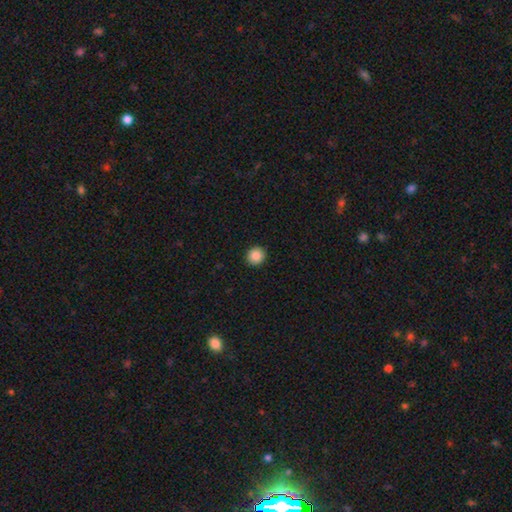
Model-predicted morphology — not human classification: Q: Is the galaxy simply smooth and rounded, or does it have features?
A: smooth — 89%.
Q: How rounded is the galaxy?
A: round — 92%.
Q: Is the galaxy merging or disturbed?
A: none — 93%.